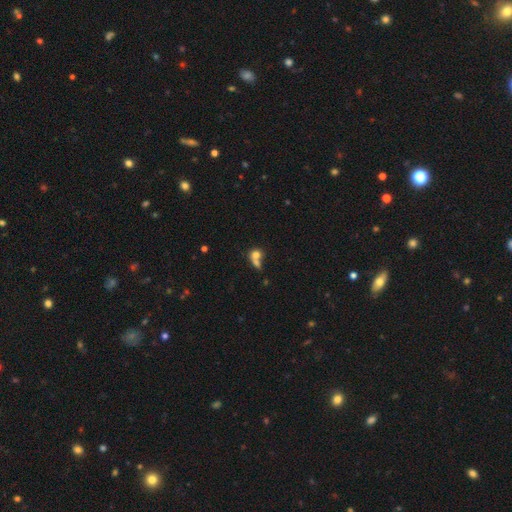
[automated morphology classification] A smooth galaxy with no disk features (72%) that is round (62%). Merging: merger (54%).